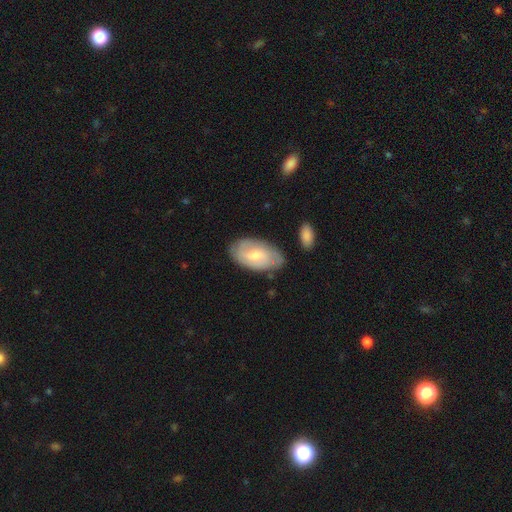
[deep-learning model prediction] Overall: featured or disk (50%; smooth 44%). Edge-on disk: no (93%). Merging: none (73%).